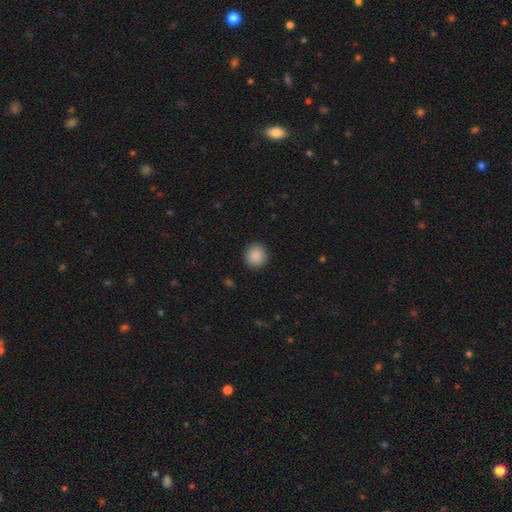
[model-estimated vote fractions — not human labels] Morphology: type=smooth (90%); roundness=round (90%); merging=none (92%).